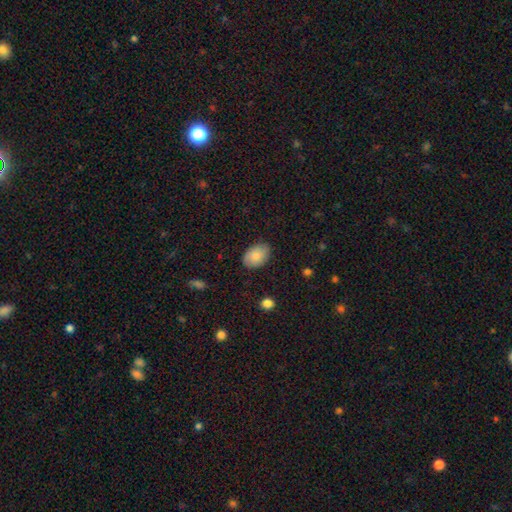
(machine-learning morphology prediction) The model was most divided on "merging": none: 84%, minor disturbance: 13%, major disturbance: 2%, merger: 1%. More confident: how rounded — in between (85%); smooth or featured — smooth (84%).